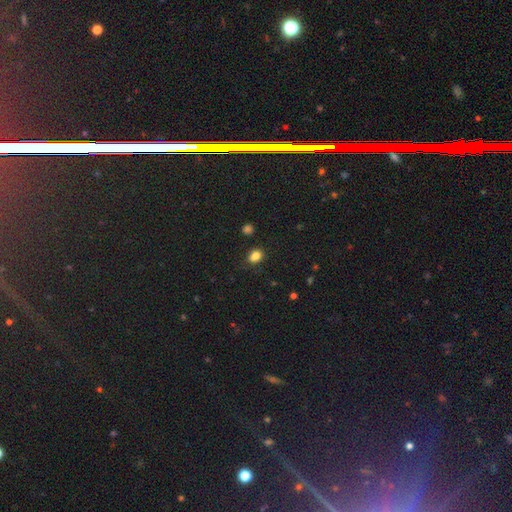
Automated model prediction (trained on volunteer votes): smooth_or_featured: smooth (p=0.83) [alt: star or artifact p=0.12]
how_rounded: in between (p=0.67) [alt: round p=0.32]
merging: none (p=0.77) [alt: minor disturbance p=0.16]